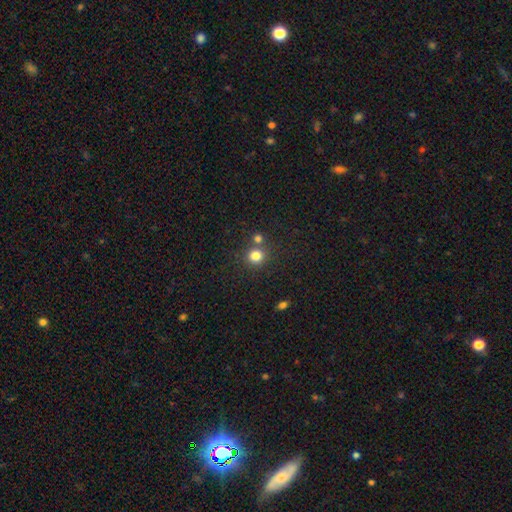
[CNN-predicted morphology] smooth 80%, star or artifact 14%, featured or disk 6%. Down the decision tree: how rounded — round (89%); merging — none (70%).